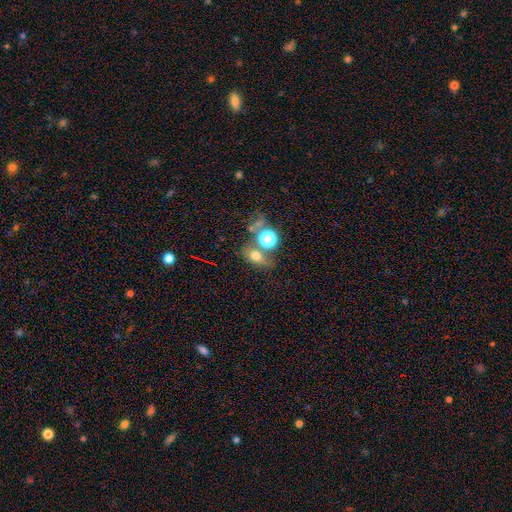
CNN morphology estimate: Smooth or featured: smooth — 63% (star or artifact — 22%)
How rounded: in between — 55% (round — 42%)
Merging: none — 55% (merger — 23%)